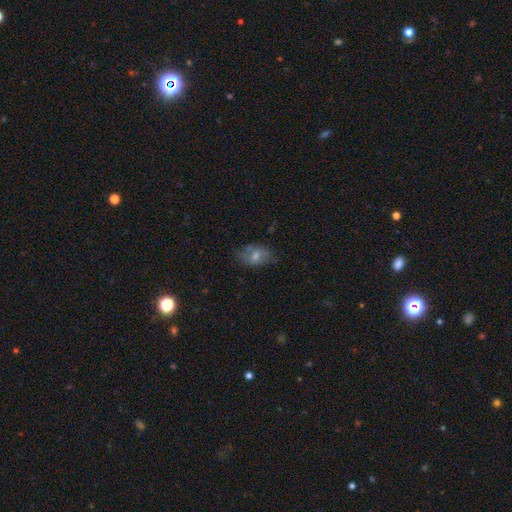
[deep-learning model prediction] smooth-or-featured: smooth: 51% | featured or disk: 34% | star or artifact: 15%
  how-rounded: in between: 84% | round: 14% | cigar-shaped: 3%
  merging: none: 67% | minor disturbance: 22% | major disturbance: 8% | merger: 3%